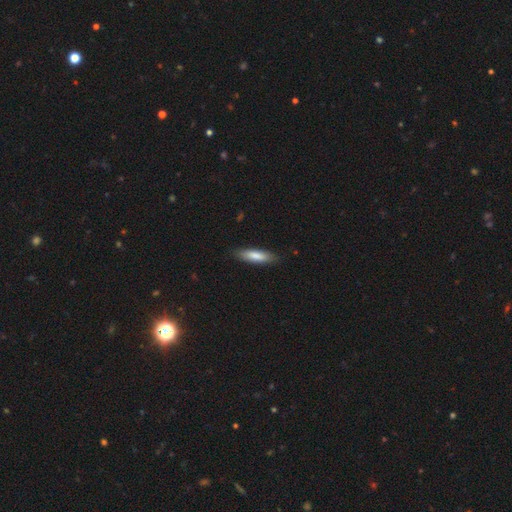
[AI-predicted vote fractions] smooth-or-featured: smooth: 80% | featured or disk: 14% | star or artifact: 5%
  how-rounded: cigar-shaped: 64% | in between: 35% | round: 1%
  merging: none: 86% | minor disturbance: 11% | major disturbance: 2% | merger: 1%